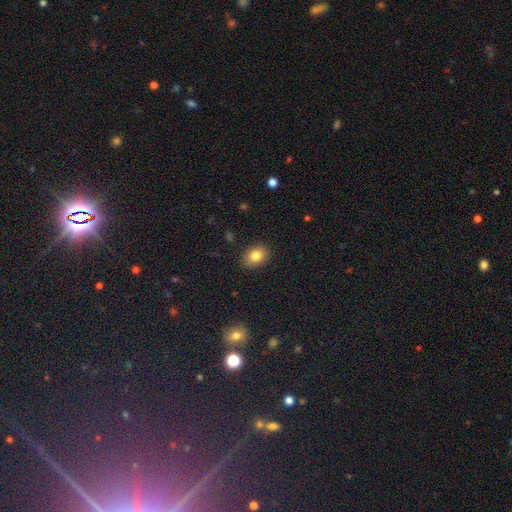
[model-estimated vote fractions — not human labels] Smooth or featured?
  - smooth: 81% *
  - star or artifact: 9%
  - featured or disk: 9%
How rounded?
  - in between: 73% *
  - round: 26%
  - cigar-shaped: 1%
Merging?
  - none: 88% *
  - minor disturbance: 9%
  - major disturbance: 2%
  - merger: 1%